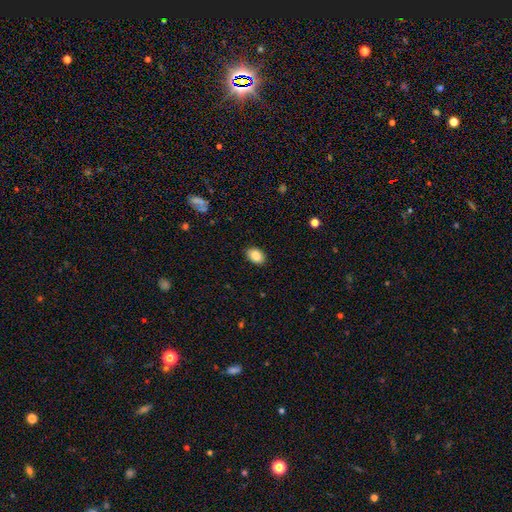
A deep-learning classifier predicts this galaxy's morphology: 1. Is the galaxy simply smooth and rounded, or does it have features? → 88% smooth, 8% star or artifact, 4% featured or disk.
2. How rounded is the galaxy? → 81% in between, 18% round, 1% cigar-shaped.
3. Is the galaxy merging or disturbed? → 88% none, 9% minor disturbance, 2% major disturbance, 1% merger.